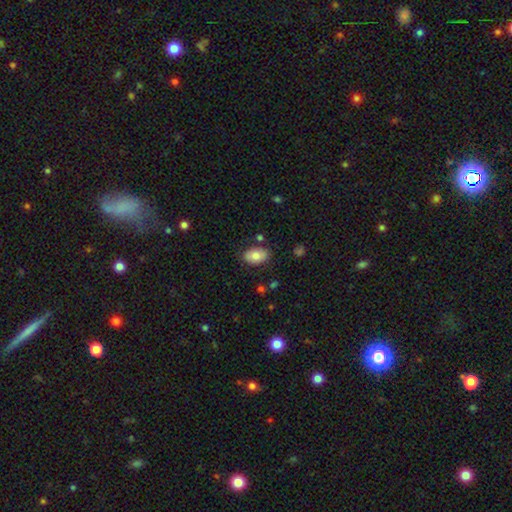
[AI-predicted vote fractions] Smooth or featured? Predicted: smooth (p=0.77). How rounded? Predicted: in between (p=0.89). Merging? Predicted: none (p=0.81).